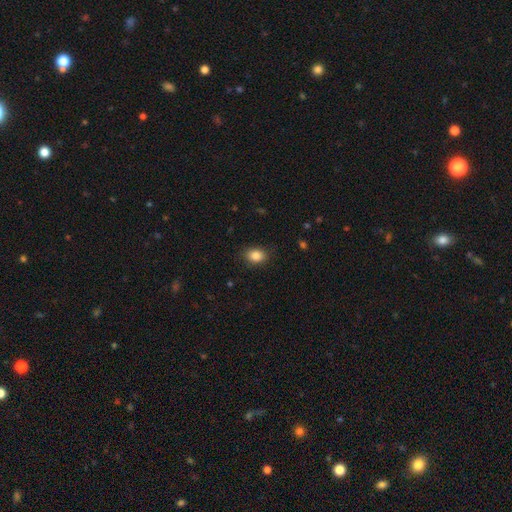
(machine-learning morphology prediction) Smooth or featured? Predicted: smooth (p=0.86). How rounded? Predicted: in between (p=0.66). Merging? Predicted: none (p=0.85).